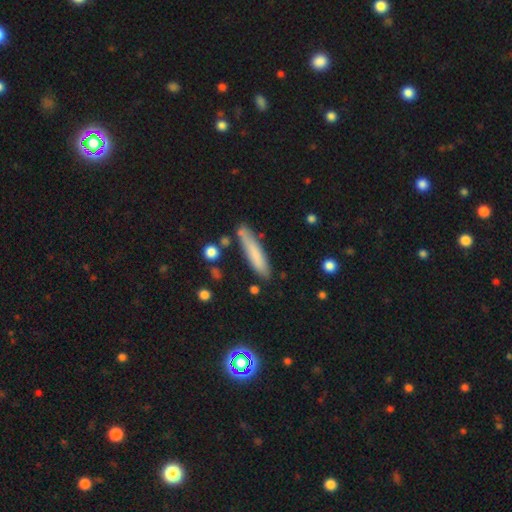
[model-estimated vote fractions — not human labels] This appears to be a smooth galaxy with no disk features (76%) that is cigar-shaped (85%). Merging: none (75%).